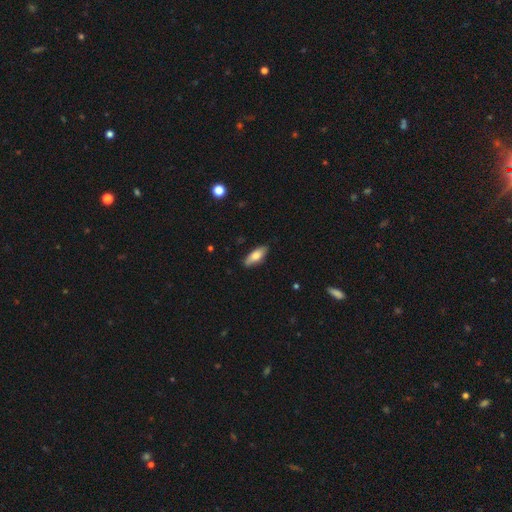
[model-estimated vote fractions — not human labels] smooth-or-featured: smooth: 75% | featured or disk: 19% | star or artifact: 6%
  how-rounded: in between: 72% | cigar-shaped: 26% | round: 2%
  merging: none: 84% | minor disturbance: 13% | major disturbance: 2% | merger: 1%